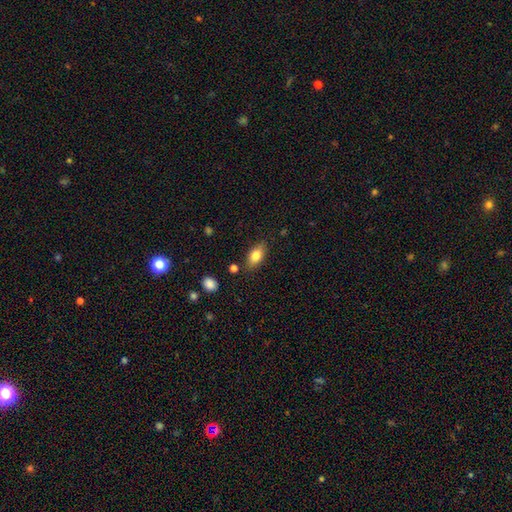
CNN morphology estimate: smooth_or_featured: smooth (p=0.78) [alt: featured or disk p=0.14]
how_rounded: in between (p=0.86) [alt: cigar-shaped p=0.07]
merging: none (p=0.82) [alt: minor disturbance p=0.13]